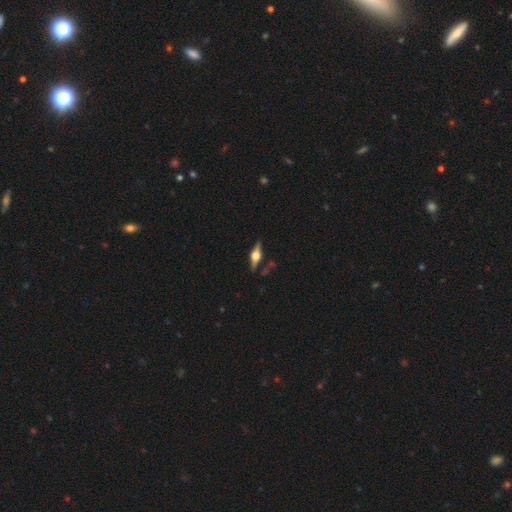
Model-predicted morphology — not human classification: This is likely a featured or disk galaxy (78%). It is clearly viewed edge-on (97%). Edge-on bulge: clearly rounded (94%). Merging: clearly none (85%).